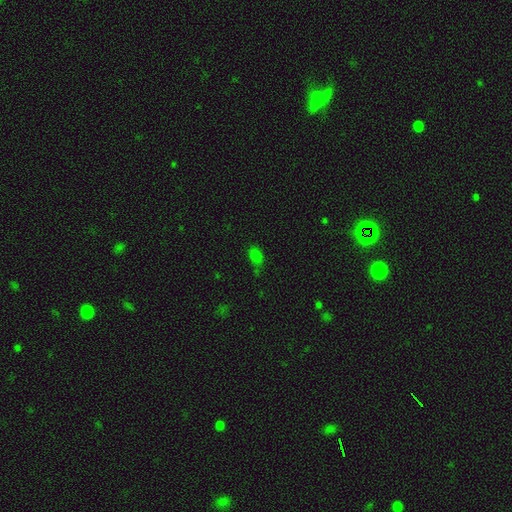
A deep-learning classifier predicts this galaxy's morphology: A smooth galaxy with no disk features (72%) that is in between round and cigar-shaped (79%).

Vote fractions:
- Smooth or featured? smooth: 72% / star or artifact: 22% / featured or disk: 5%
- How rounded? in between: 79% / round: 18% / cigar-shaped: 3%
- Merging? none: 60% / minor disturbance: 25% / major disturbance: 8% / merger: 7%